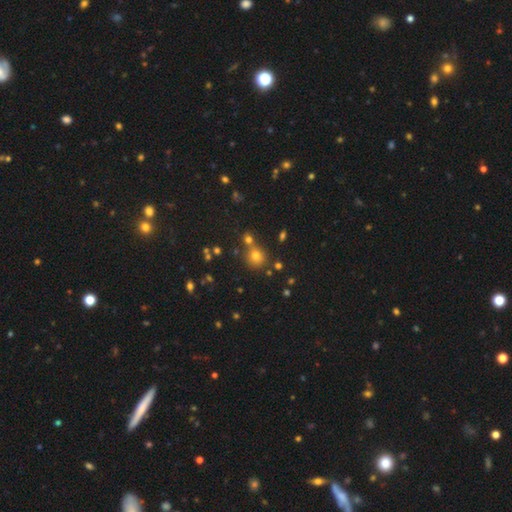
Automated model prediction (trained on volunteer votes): The model was most divided on "merging": none: 69%, merger: 19%, minor disturbance: 9%, major disturbance: 3%. More confident: how rounded — round (88%); smooth or featured — smooth (71%).